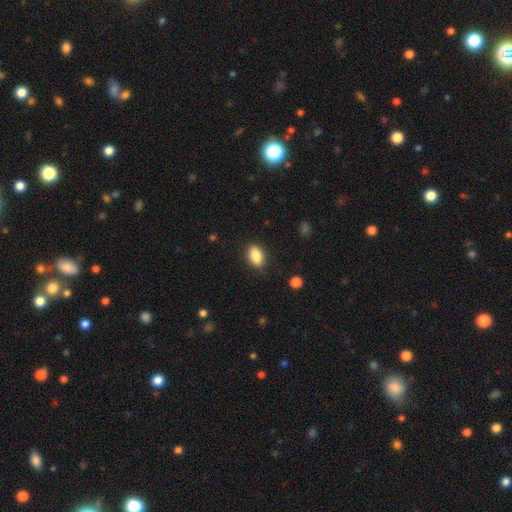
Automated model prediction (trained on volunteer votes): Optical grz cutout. It shows a smooth galaxy with no disk features (87%) that is in between round and cigar-shaped (89%). Merging: none (86%).